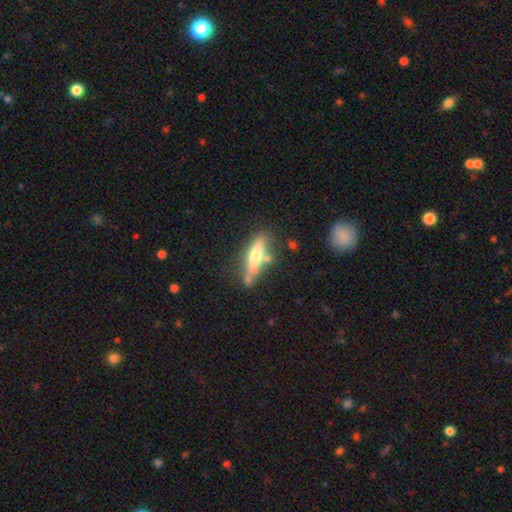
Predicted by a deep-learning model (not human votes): This is possibly a smooth galaxy (52%). How rounded: likely cigar-shaped (72%). Merging: possibly none (57%).